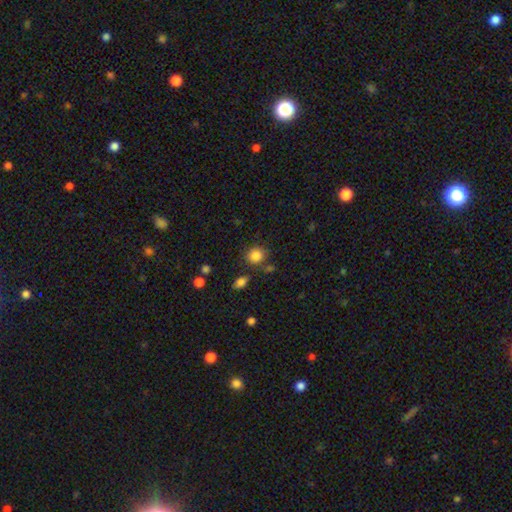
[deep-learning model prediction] The model was most divided on "how rounded": round: 81%, in between: 18%, cigar-shaped: 1%. More confident: smooth or featured — smooth (85%); merging — none (77%).